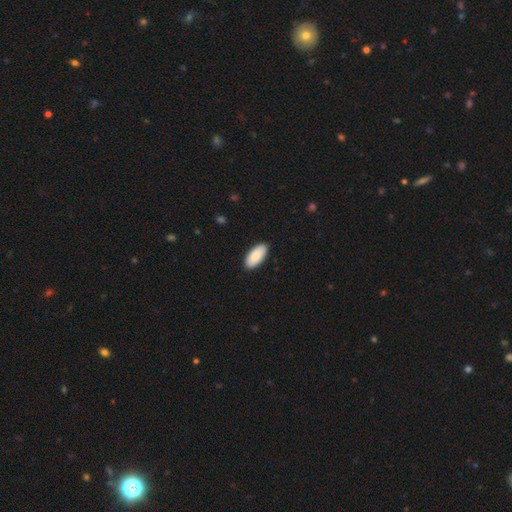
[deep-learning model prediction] A smooth galaxy with no disk features (86%) that is in between round and cigar-shaped (94%).

Vote fractions:
- Smooth or featured? smooth: 86% / featured or disk: 8% / star or artifact: 5%
- How rounded? in between: 94% / cigar-shaped: 5% / round: 2%
- Merging? none: 90% / minor disturbance: 8% / major disturbance: 2% / merger: 1%